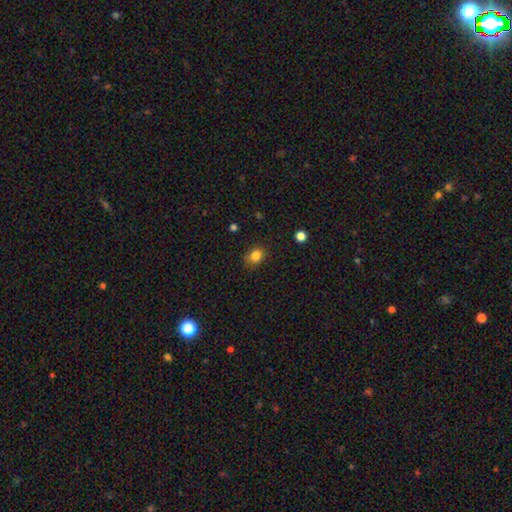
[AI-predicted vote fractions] smooth_or_featured: smooth (p=0.83) [alt: star or artifact p=0.12]
how_rounded: round (p=0.60) [alt: in between p=0.39]
merging: none (p=0.79) [alt: minor disturbance p=0.16]